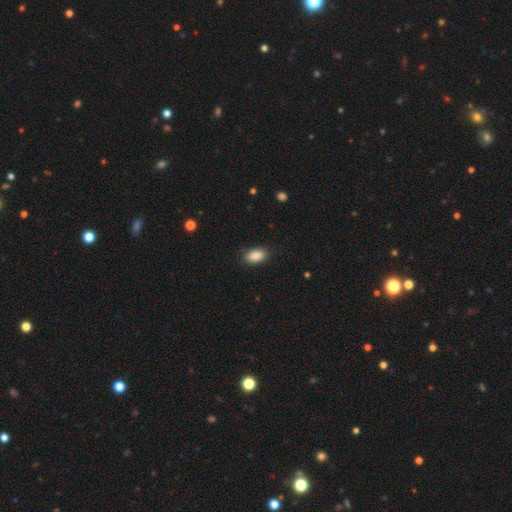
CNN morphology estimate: smooth_or_featured: smooth (p=0.88) [alt: star or artifact p=0.07]
how_rounded: in between (p=0.92) [alt: round p=0.06]
merging: none (p=0.85) [alt: minor disturbance p=0.11]